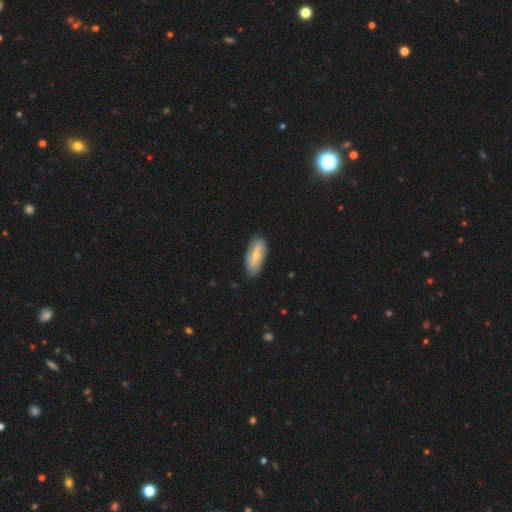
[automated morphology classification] type=smooth (55%); roundness=in between (79%); merging=none (81%).